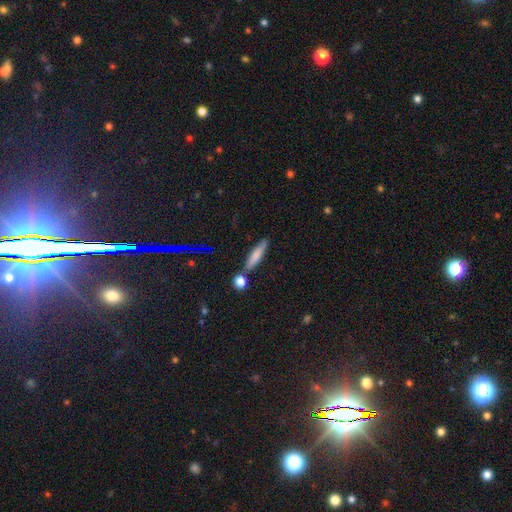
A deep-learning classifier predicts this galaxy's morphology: Smooth or featured? Predicted: smooth (p=0.70). How rounded? Predicted: cigar-shaped (p=0.79). Merging? Predicted: none (p=0.73).